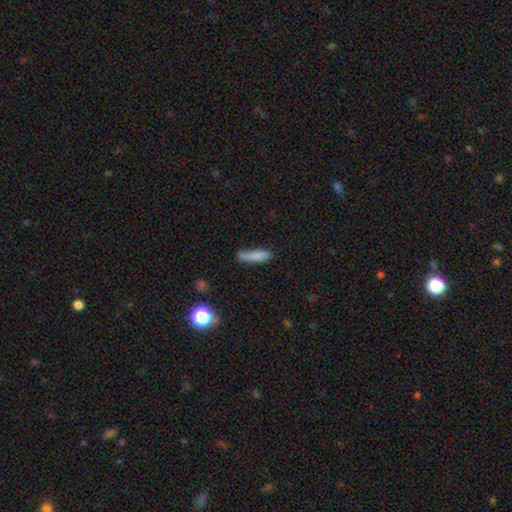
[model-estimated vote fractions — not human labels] smooth-or-featured: smooth: 80% | featured or disk: 12% | star or artifact: 8%
  how-rounded: cigar-shaped: 77% | in between: 21% | round: 2%
  merging: none: 60% | minor disturbance: 26% | major disturbance: 7% | merger: 7%